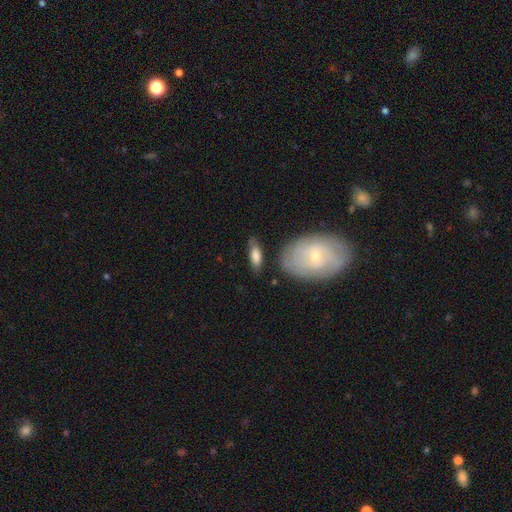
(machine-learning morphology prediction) Smooth or featured? smooth (75%)
How rounded? in between (70%)
Merging? none (72%)